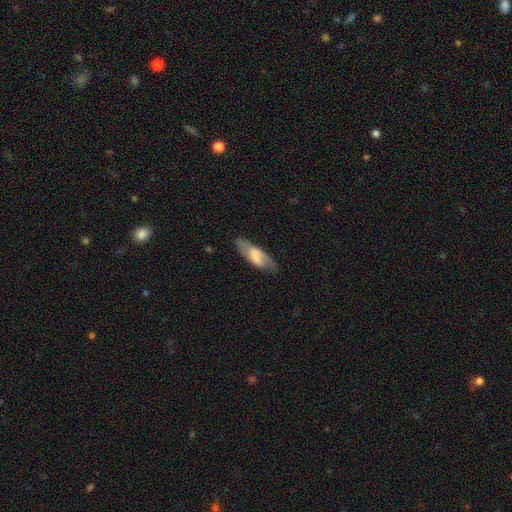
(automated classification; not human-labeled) smooth 54%, featured or disk 39%, star or artifact 7%. Down the decision tree: how rounded — in between (65%); merging — none (70%).